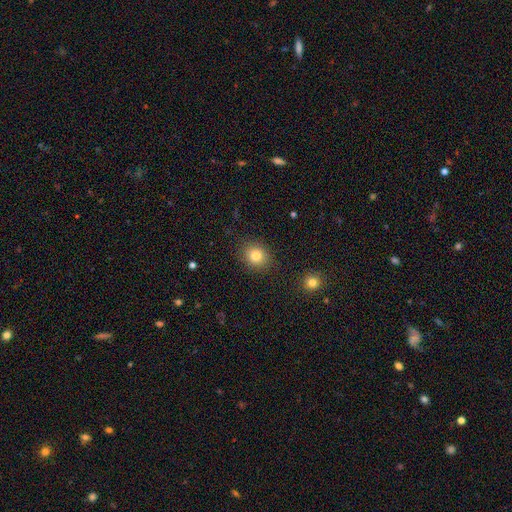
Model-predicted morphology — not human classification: A smooth galaxy with no disk features (82%) that is round (76%).

Vote fractions:
- Smooth or featured? smooth: 82% / star or artifact: 11% / featured or disk: 7%
- How rounded? round: 76% / in between: 23% / cigar-shaped: 1%
- Merging? none: 88% / minor disturbance: 8% / major disturbance: 3% / merger: 2%